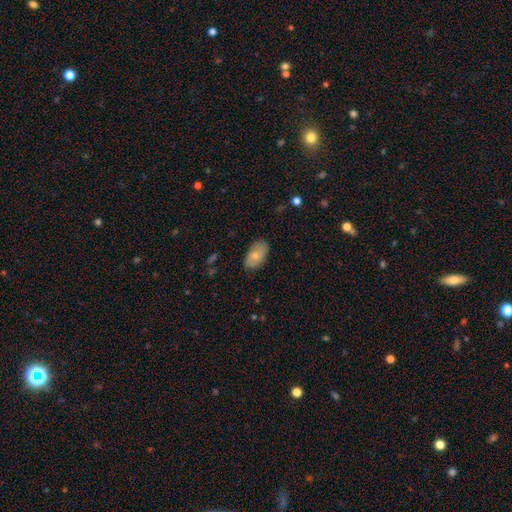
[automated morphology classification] Smooth or featured: smooth — 73% (featured or disk — 21%)
How rounded: in between — 94% (round — 4%)
Merging: none — 81% (minor disturbance — 15%)